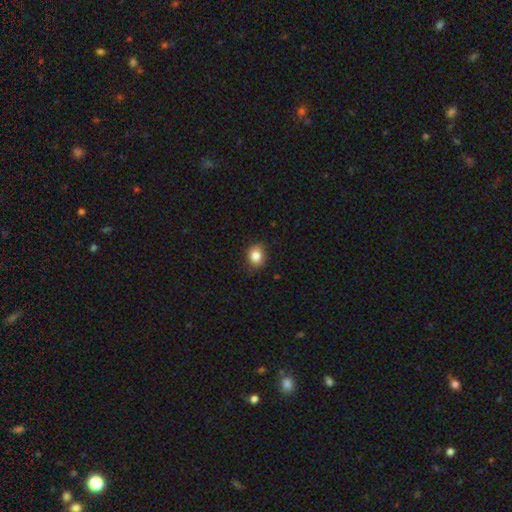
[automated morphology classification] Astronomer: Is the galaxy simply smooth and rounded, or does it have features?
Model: smooth — 84%.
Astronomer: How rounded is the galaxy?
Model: round — 58% (runner-up: in between, 41%).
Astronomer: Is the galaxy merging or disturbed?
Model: none — 81%.